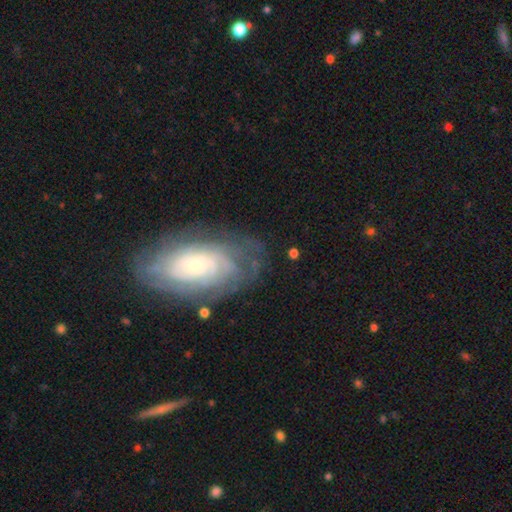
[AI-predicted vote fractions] The model was most divided on "bulge size": small: 39%, moderate: 38%, large: 16%, none: 4%, dominant: 3%. More confident: edge-on disk — no (92%); spiral arms — yes (86%); merging — none (77%); bar — no (74%); spiral winding — tight (72%); smooth or featured — featured or disk (68%); spiral arm count — can't tell (58%).